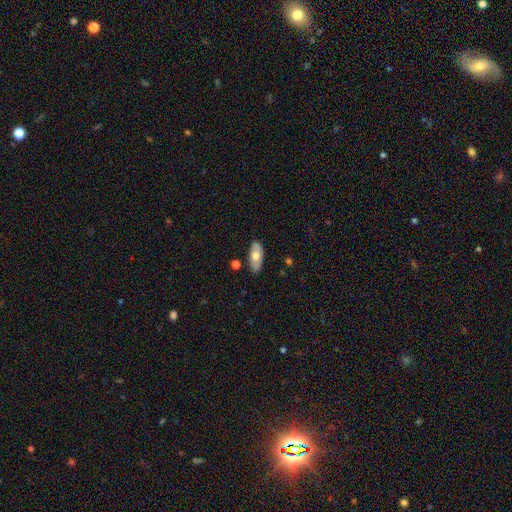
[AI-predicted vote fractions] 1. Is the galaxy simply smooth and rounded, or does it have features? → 61% smooth, 33% featured or disk, 6% star or artifact.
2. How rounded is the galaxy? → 84% in between, 13% cigar-shaped, 3% round.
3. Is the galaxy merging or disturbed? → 84% none, 12% minor disturbance, 2% merger, 2% major disturbance.